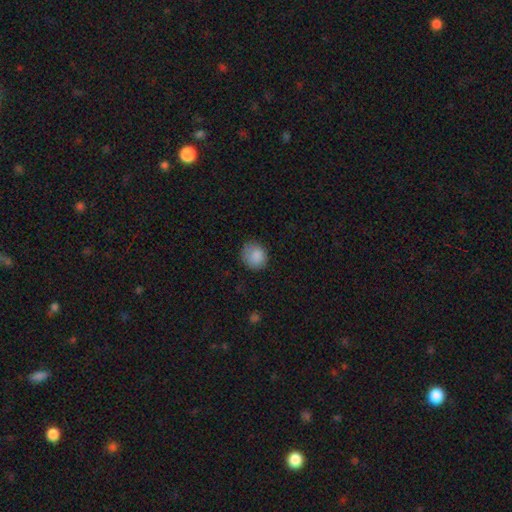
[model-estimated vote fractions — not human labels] A smooth galaxy with no disk features (86%) that is round (76%).

Vote fractions:
- Smooth or featured? smooth: 86% / star or artifact: 8% / featured or disk: 5%
- How rounded? round: 76% / in between: 23% / cigar-shaped: 1%
- Merging? none: 74% / minor disturbance: 20% / major disturbance: 5% / merger: 1%